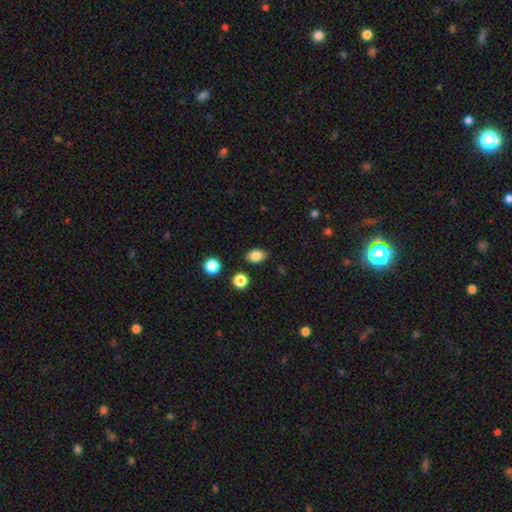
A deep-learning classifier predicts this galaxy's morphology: type=smooth (82%); roundness=in between (81%); merging=none (84%).